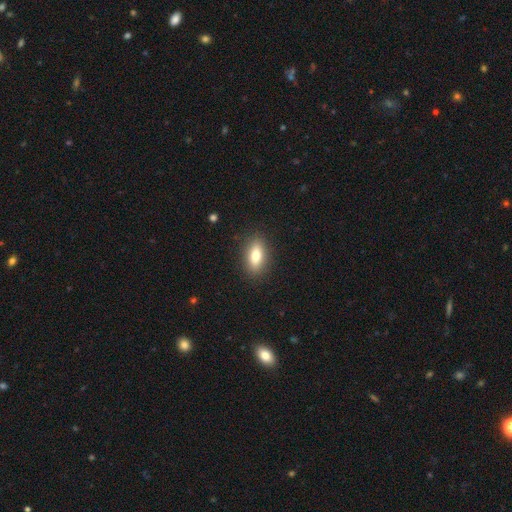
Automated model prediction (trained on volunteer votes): A smooth galaxy with no disk features (77%) that is in between round and cigar-shaped (81%). Merging: none (88%).